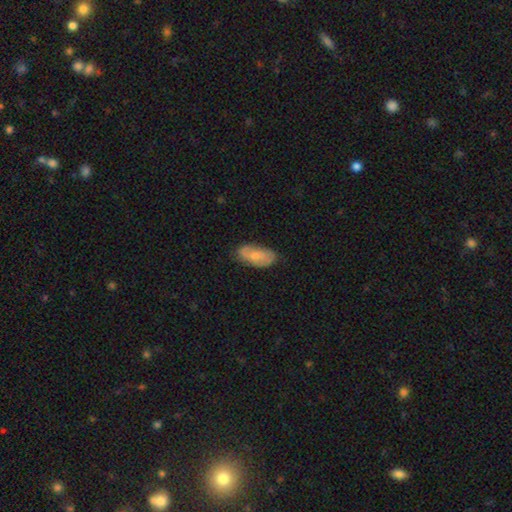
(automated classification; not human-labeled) The model was most divided on "smooth or featured": smooth: 56%, featured or disk: 38%, star or artifact: 6%. More confident: how rounded — in between (91%); merging — none (71%).